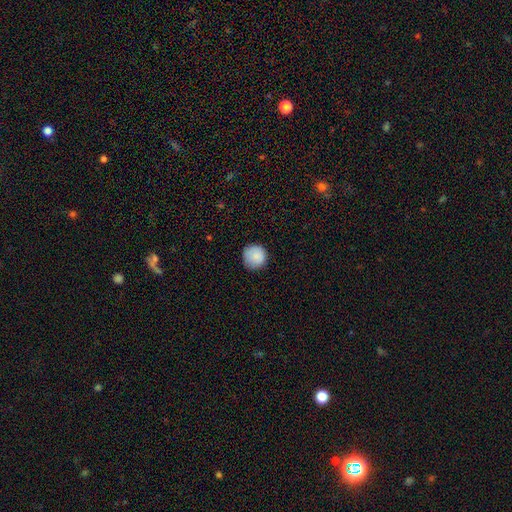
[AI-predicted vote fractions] The model was most divided on "merging": none: 84%, minor disturbance: 13%, major disturbance: 2%, merger: 1%. More confident: how rounded — round (95%); smooth or featured — smooth (87%).